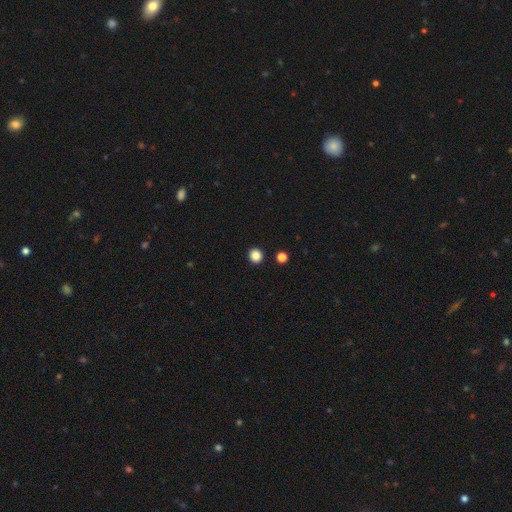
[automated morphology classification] Q: Smooth or featured?
A: smooth (85%); runner-up: star or artifact (11%)
Q: How rounded?
A: round (91%); runner-up: in between (8%)
Q: Merging?
A: none (92%); runner-up: minor disturbance (4%)